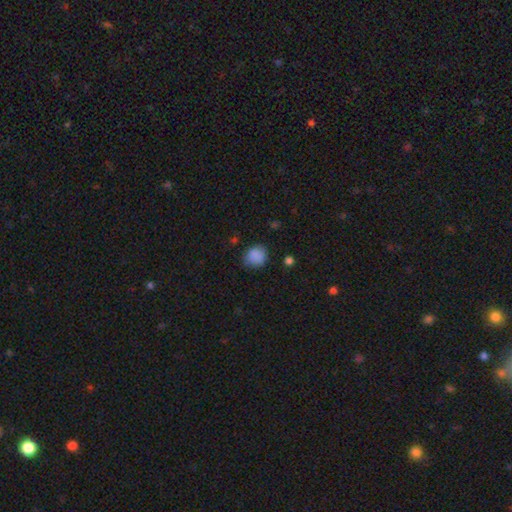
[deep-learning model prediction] The model was most divided on "how rounded": round: 76%, in between: 23%, cigar-shaped: 1%. More confident: smooth or featured — smooth (87%); merging — none (76%).